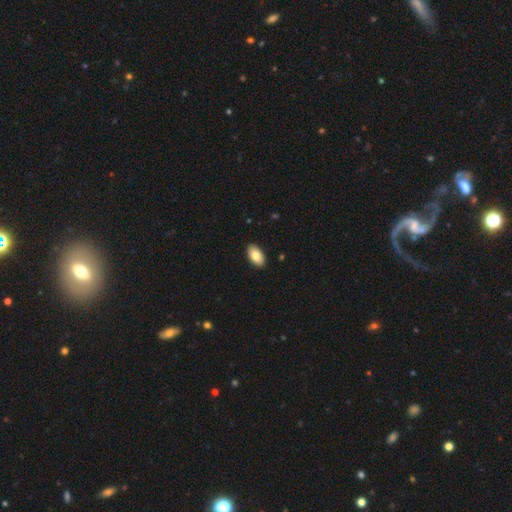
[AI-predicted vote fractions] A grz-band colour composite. It shows a smooth galaxy with no disk features (82%) that is in between round and cigar-shaped (95%). Merging: none (90%).